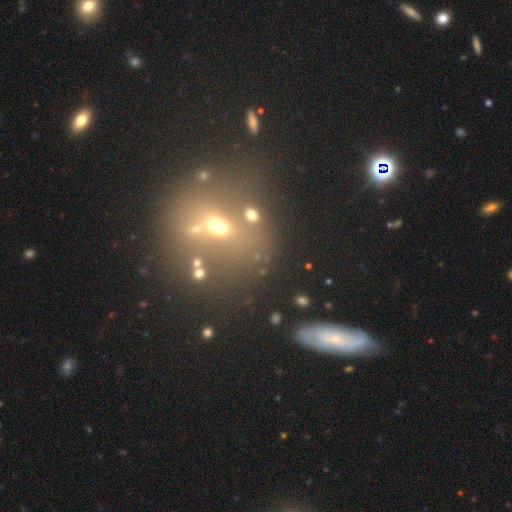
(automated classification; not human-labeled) A smooth galaxy with no disk features (43%). Merging: none (58%).